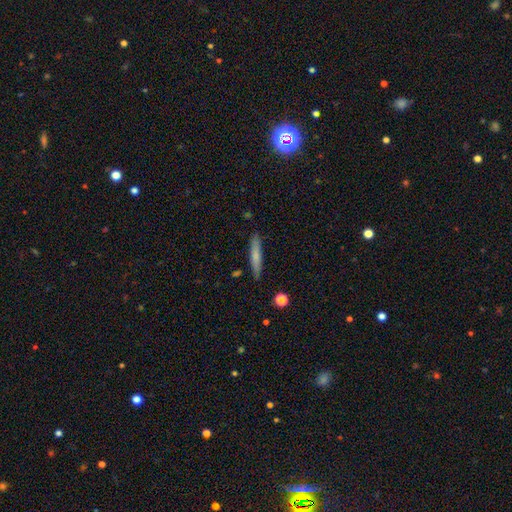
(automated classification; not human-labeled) A smooth galaxy with no disk features (68%) that is cigar-shaped (92%).

Vote fractions:
- Smooth or featured? smooth: 68% / featured or disk: 26% / star or artifact: 6%
- How rounded? cigar-shaped: 92% / in between: 7% / round: 1%
- Merging? none: 87% / minor disturbance: 10% / major disturbance: 2% / merger: 2%